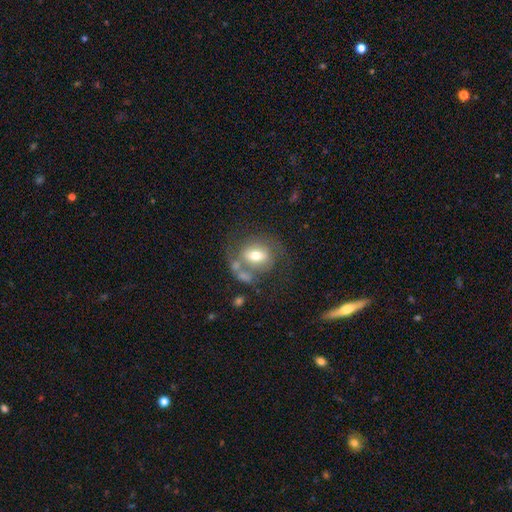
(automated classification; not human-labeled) smooth-or-featured: smooth: 47% | featured or disk: 45% | star or artifact: 8%
  merging: none: 38% | merger: 22% | major disturbance: 21% | minor disturbance: 18%